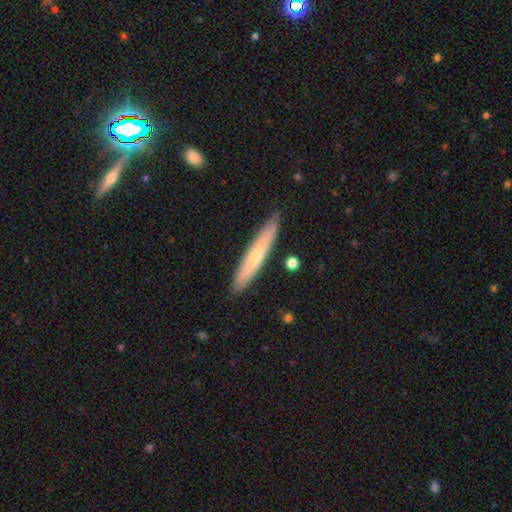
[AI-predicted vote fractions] Smooth or featured: smooth — 49% (featured or disk — 45%)
Merging: none — 89% (minor disturbance — 8%)